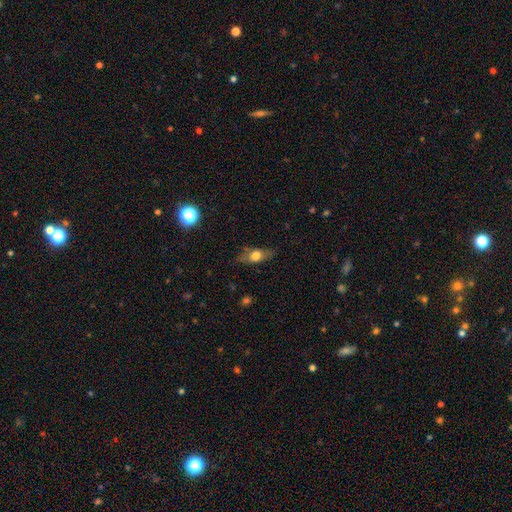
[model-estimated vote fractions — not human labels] Morphology: type=smooth (57%); roundness=in between (68%); merging=none (77%).